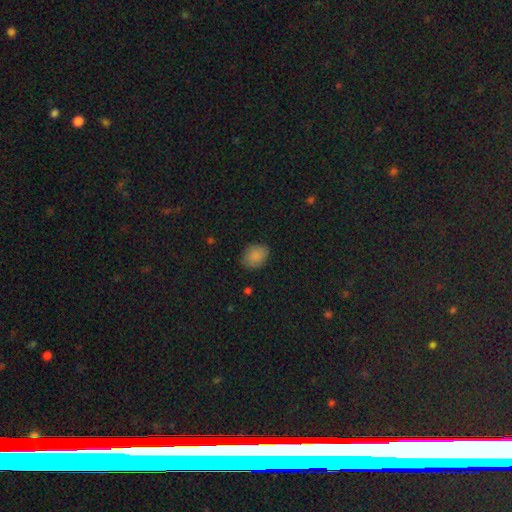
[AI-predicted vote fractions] A smooth galaxy with no disk features (86%) that is in between round and cigar-shaped (65%). Merging: none (80%).